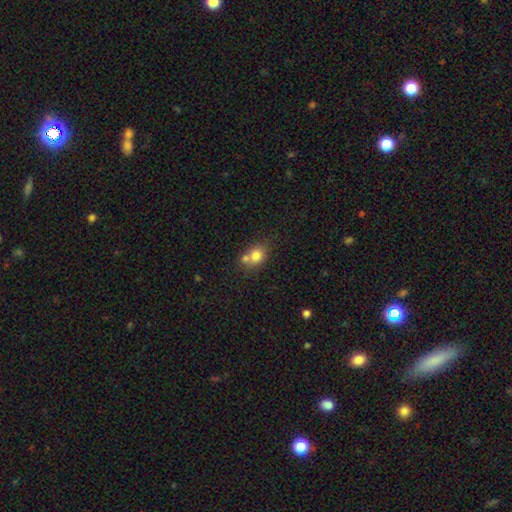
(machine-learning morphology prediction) Q: Smooth or featured?
A: smooth (76%); runner-up: featured or disk (13%)
Q: How rounded?
A: round (57%); runner-up: in between (42%)
Q: Merging?
A: none (45%); runner-up: merger (40%)